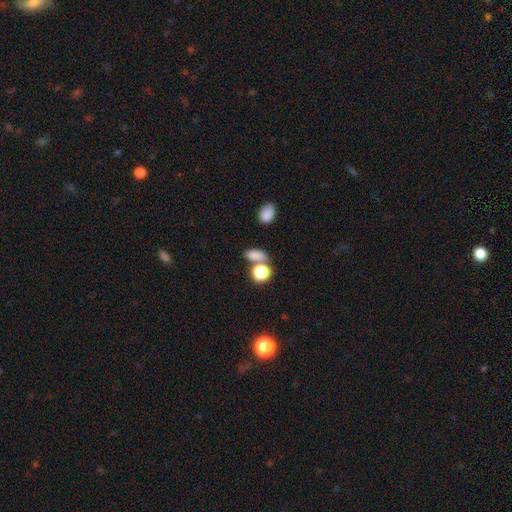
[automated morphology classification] The model was most divided on "merging": none: 55%, merger: 28%, minor disturbance: 11%, major disturbance: 5%. More confident: smooth or featured — smooth (79%); how rounded — in between (71%).